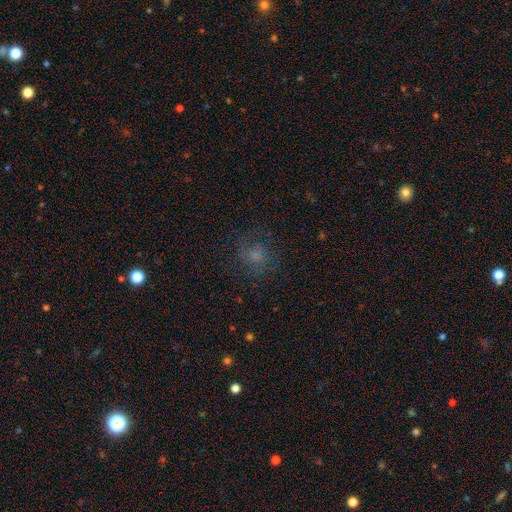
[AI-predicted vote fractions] smooth-or-featured: smooth: 52% | featured or disk: 29% | star or artifact: 19%
  how-rounded: round: 83% | in between: 16% | cigar-shaped: 1%
  merging: none: 73% | minor disturbance: 15% | major disturbance: 11% | merger: 1%